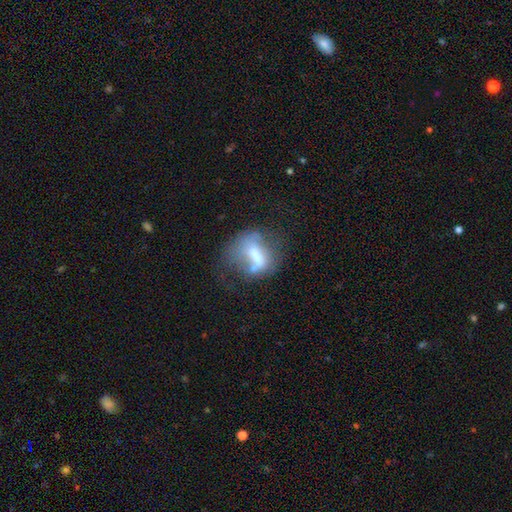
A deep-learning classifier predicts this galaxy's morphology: The model was most divided on "smooth or featured": smooth: 45%, featured or disk: 44%, star or artifact: 11%. Remaining: merging — major disturbance (35%).